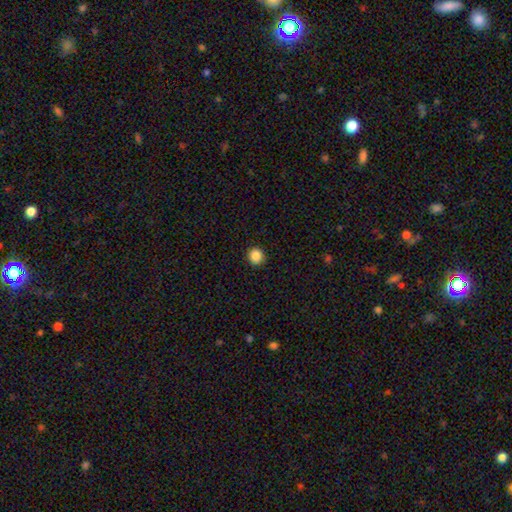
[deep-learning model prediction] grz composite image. It shows a smooth galaxy with no disk features (86%) that is round (91%). Merging: none (92%).